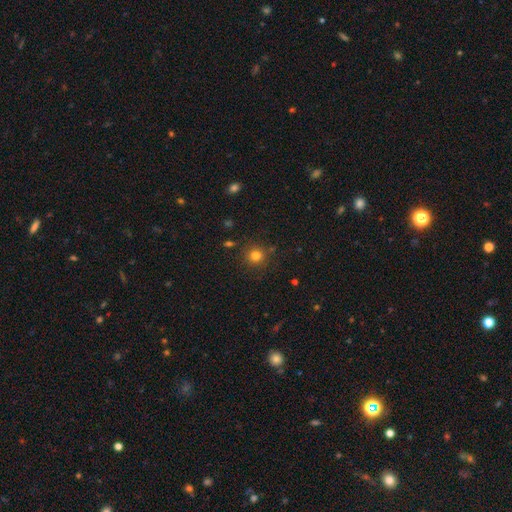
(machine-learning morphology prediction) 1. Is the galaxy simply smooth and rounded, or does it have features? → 78% smooth, 15% star or artifact, 7% featured or disk.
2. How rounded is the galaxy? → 92% round, 7% in between, 1% cigar-shaped.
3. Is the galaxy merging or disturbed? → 85% none, 9% minor disturbance, 3% merger, 3% major disturbance.